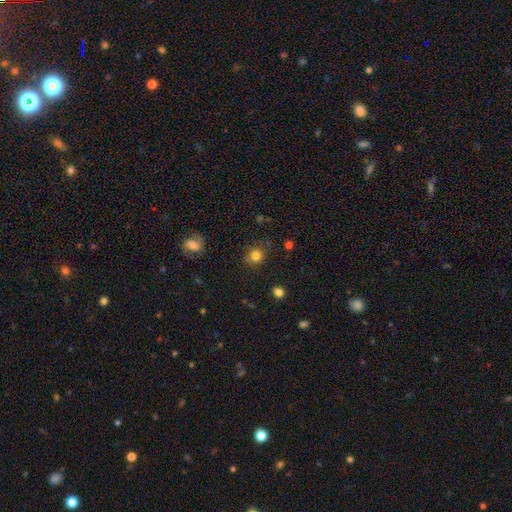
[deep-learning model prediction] Morphology: type=smooth (81%); roundness=round (78%); merging=none (81%).